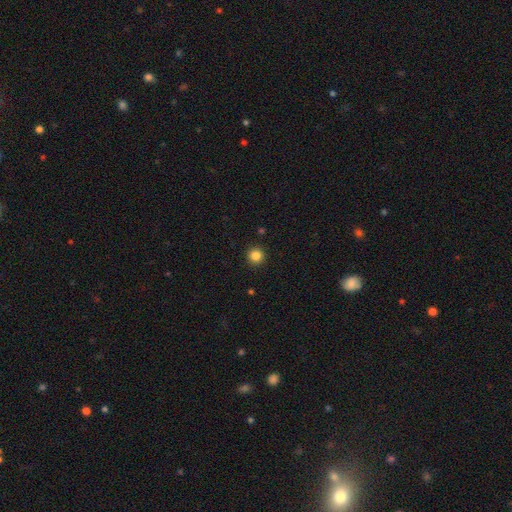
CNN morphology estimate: Smooth or featured?
  - smooth: 85% *
  - star or artifact: 11%
  - featured or disk: 4%
How rounded?
  - round: 96% *
  - in between: 3%
  - cigar-shaped: 1%
Merging?
  - none: 93% *
  - minor disturbance: 4%
  - major disturbance: 2%
  - merger: 1%